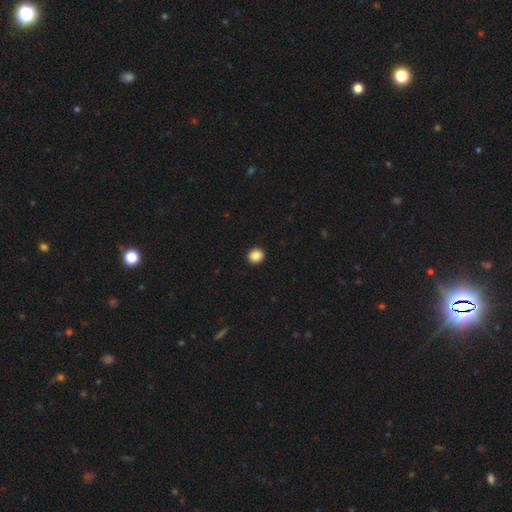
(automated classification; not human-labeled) The model was most divided on "how rounded": round: 87%, in between: 12%, cigar-shaped: 1%. More confident: merging — none (93%); smooth or featured — smooth (88%).